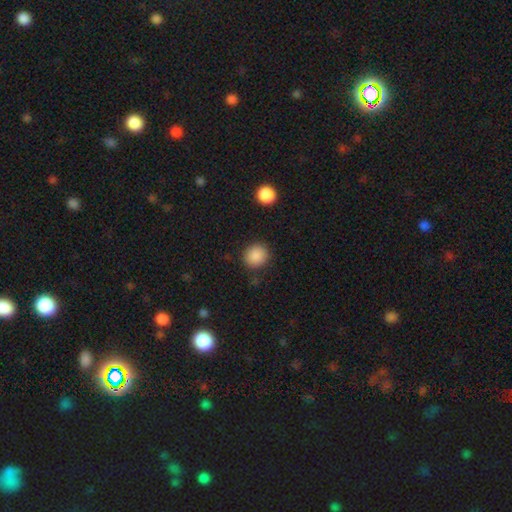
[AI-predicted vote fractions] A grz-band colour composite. It shows a smooth galaxy with no disk features (88%) that is round (87%). Merging: none (87%).